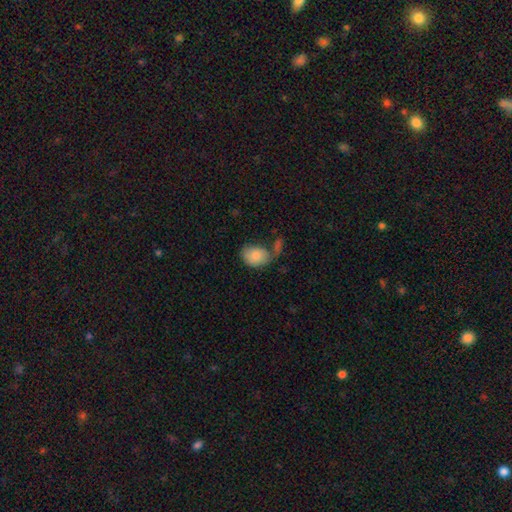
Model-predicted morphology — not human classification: This appears to be a smooth galaxy with no disk features (82%) that is in between round and cigar-shaped (72%). Merging: none (38%).